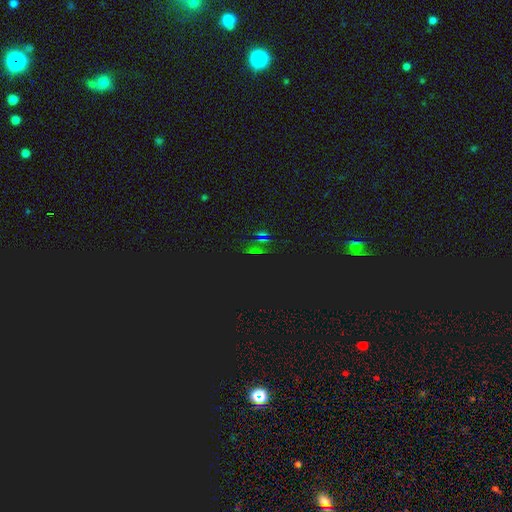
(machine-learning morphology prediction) The model was most divided on "smooth or featured": star or artifact: 77%, smooth: 15%, featured or disk: 8%.